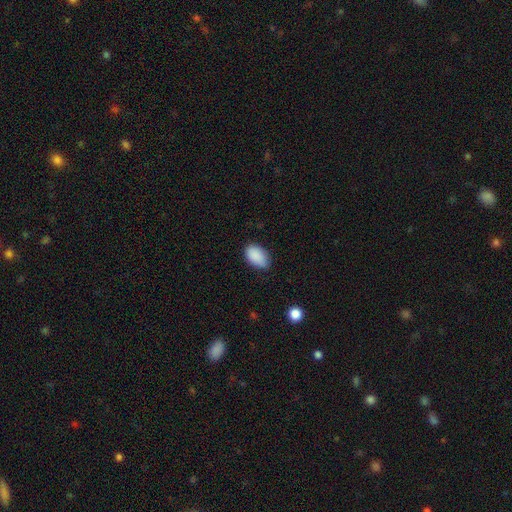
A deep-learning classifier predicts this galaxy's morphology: smooth-or-featured: smooth: 89% | star or artifact: 7% | featured or disk: 4%
  how-rounded: in between: 92% | round: 7% | cigar-shaped: 1%
  merging: none: 73% | minor disturbance: 22% | major disturbance: 4% | merger: 1%